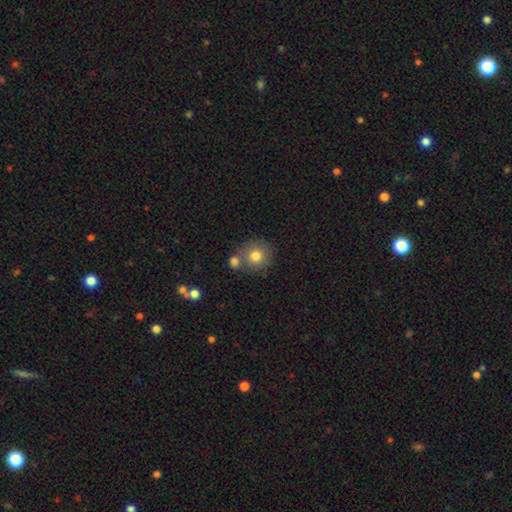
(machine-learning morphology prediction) A smooth galaxy with no disk features (77%) that is round (90%). Merging: none (59%).